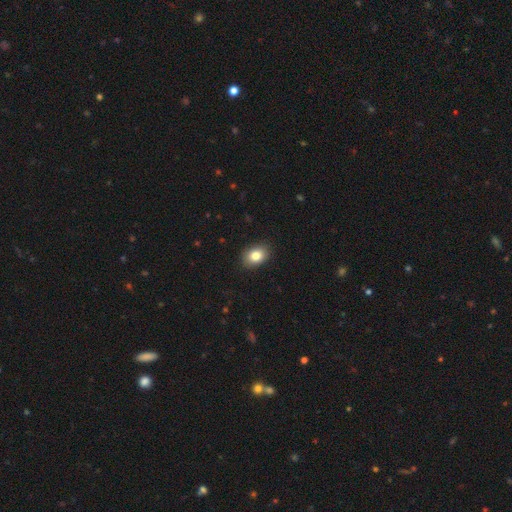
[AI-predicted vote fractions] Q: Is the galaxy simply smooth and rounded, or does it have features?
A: smooth — 83%.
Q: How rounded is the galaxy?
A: in between — 72%.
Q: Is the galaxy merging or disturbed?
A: none — 88%.